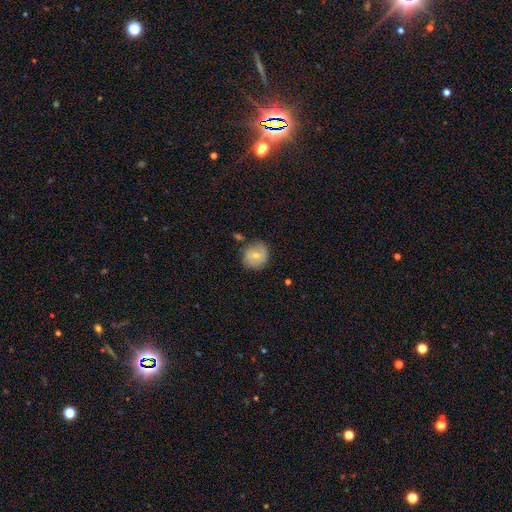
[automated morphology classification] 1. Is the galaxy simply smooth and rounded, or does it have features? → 65% smooth, 28% featured or disk, 8% star or artifact.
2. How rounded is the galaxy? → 86% round, 13% in between, 1% cigar-shaped.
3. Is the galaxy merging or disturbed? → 71% none, 19% minor disturbance, 5% merger, 4% major disturbance.